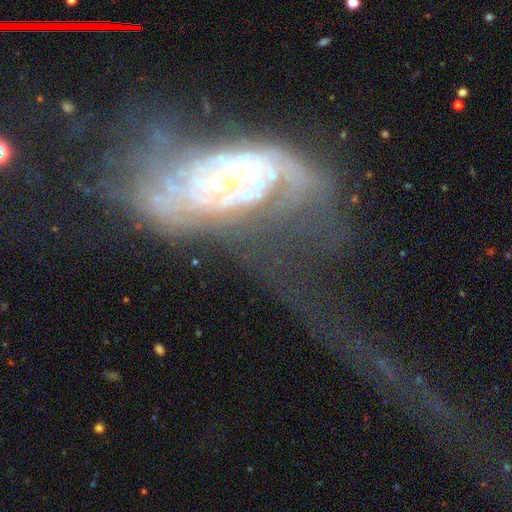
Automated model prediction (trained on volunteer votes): The model was most divided on "spiral arm count" (2-way tie): can't tell: 36%, 2: 36%, 1: 10%, 3: 8%, 4: 5%, more than 4: 5%. Remaining: edge-on disk — no (93%); spiral arms — yes (81%); smooth or featured — featured or disk (79%); bulge size — small (61%); bar — no (60%); merging — major disturbance (47%); spiral winding — tight (44%).